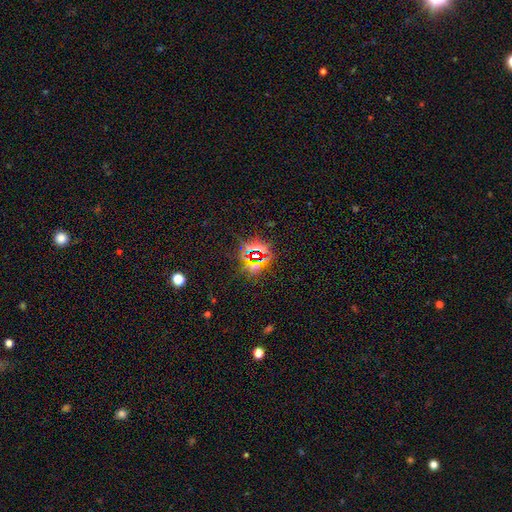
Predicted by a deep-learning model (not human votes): Morphology: type=star or artifact (77%).